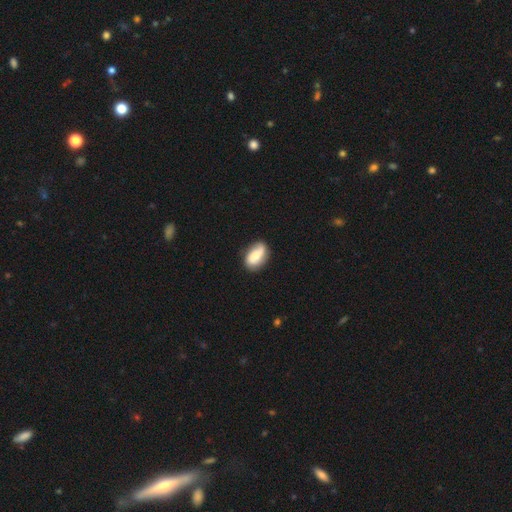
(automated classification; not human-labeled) Q: Smooth or featured?
A: smooth (63%); runner-up: featured or disk (29%)
Q: How rounded?
A: in between (89%); runner-up: round (8%)
Q: Merging?
A: none (71%); runner-up: minor disturbance (21%)